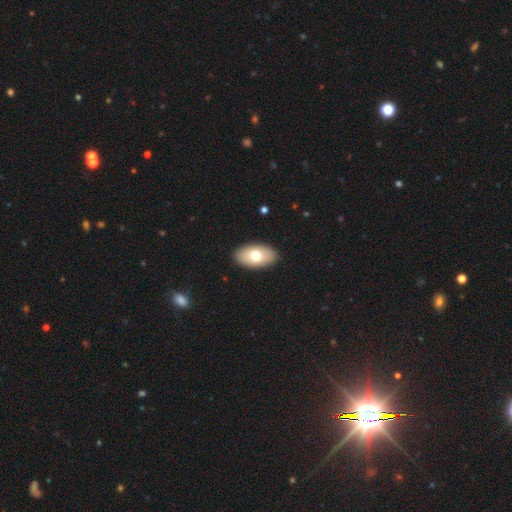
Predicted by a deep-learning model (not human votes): Smooth or featured? Predicted: smooth (p=0.72). How rounded? Predicted: in between (p=0.94). Merging? Predicted: none (p=0.90).